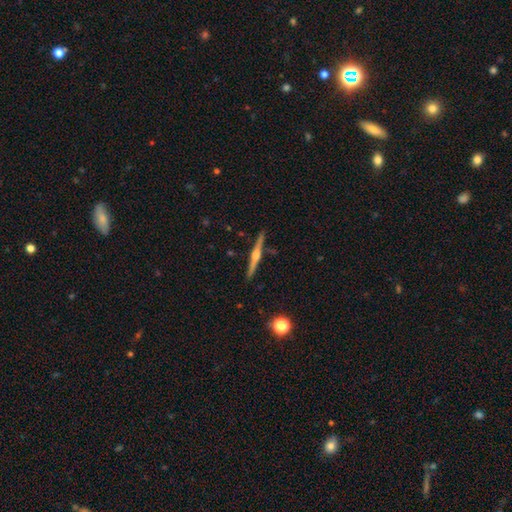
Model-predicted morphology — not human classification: Smooth or featured? featured or disk (79%)
Edge-on disk? yes (99%)
Edge-on bulge? rounded (89%)
Merging? none (90%)